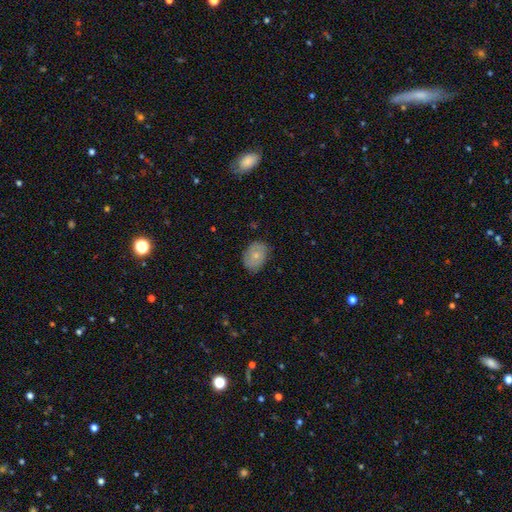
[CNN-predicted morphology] Smooth or featured: smooth — 67% (featured or disk — 25%)
How rounded: in between — 69% (round — 30%)
Merging: none — 76% (minor disturbance — 19%)